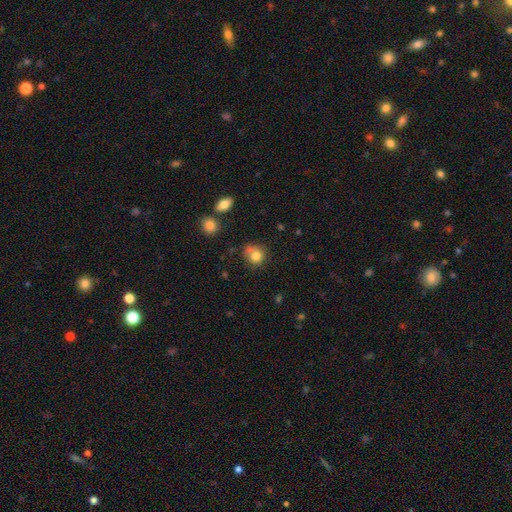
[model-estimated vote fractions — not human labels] smooth 81%, star or artifact 11%, featured or disk 8%. Down the decision tree: how rounded — round (76%); merging — none (56%).